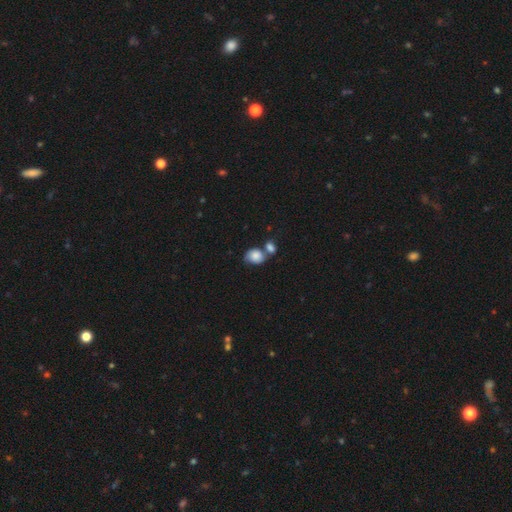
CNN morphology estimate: A smooth galaxy with no disk features (79%) that is round (50%). Merging: merger (46%).